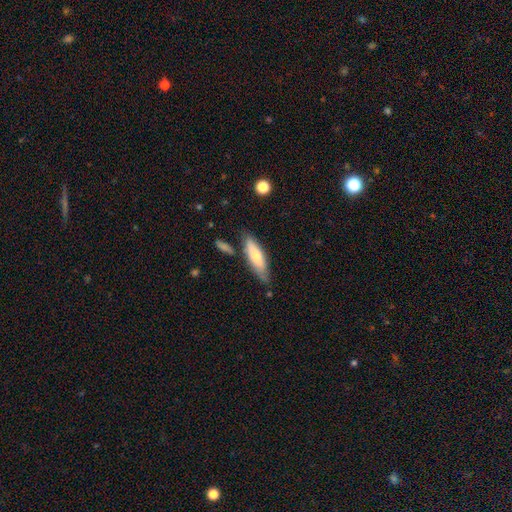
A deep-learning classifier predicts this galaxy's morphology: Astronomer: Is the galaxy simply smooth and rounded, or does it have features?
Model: smooth — 69%.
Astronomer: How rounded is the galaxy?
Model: cigar-shaped — 52% (runner-up: in between, 47%).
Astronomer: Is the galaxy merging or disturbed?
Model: none — 69%.